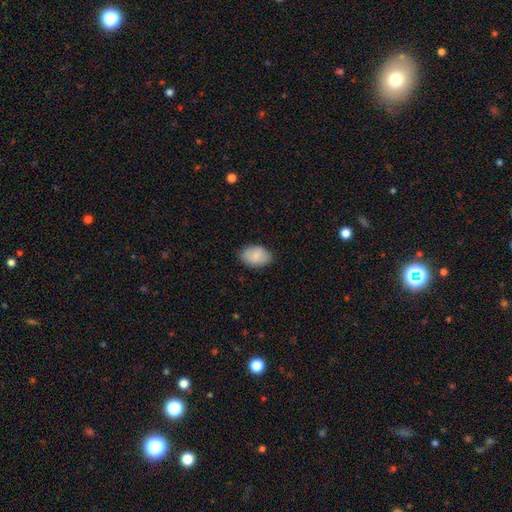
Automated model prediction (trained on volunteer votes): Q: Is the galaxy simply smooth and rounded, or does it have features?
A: smooth — 85%.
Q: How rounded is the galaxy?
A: in between — 88%.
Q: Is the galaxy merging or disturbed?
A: none — 83%.